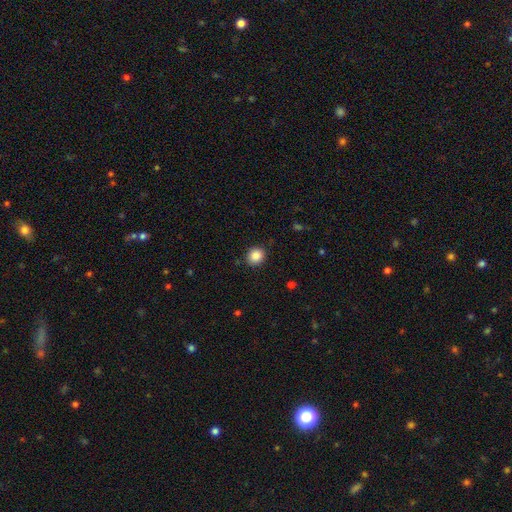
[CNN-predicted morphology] Smooth or featured? smooth (87%)
How rounded? round (77%)
Merging? none (89%)